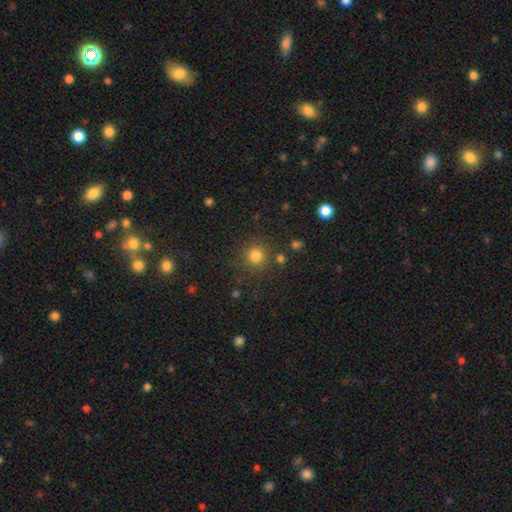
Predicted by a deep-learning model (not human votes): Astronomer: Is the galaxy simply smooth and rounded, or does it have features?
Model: smooth — 81%.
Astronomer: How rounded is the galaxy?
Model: round — 92%.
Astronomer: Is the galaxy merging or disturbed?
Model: none — 82%.